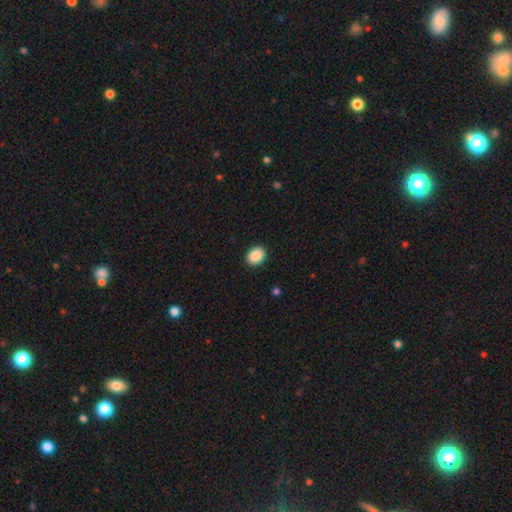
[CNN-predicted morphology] The model was most divided on "how rounded": in between: 65%, round: 34%, cigar-shaped: 1%. More confident: merging — none (90%); smooth or featured — smooth (89%).